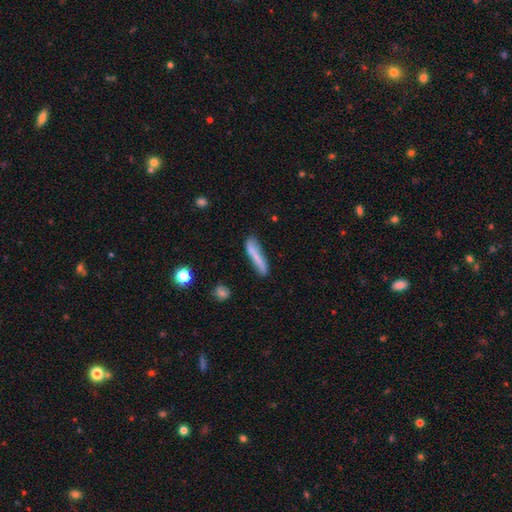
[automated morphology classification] type=smooth (66%); roundness=cigar-shaped (88%); merging=none (66%).